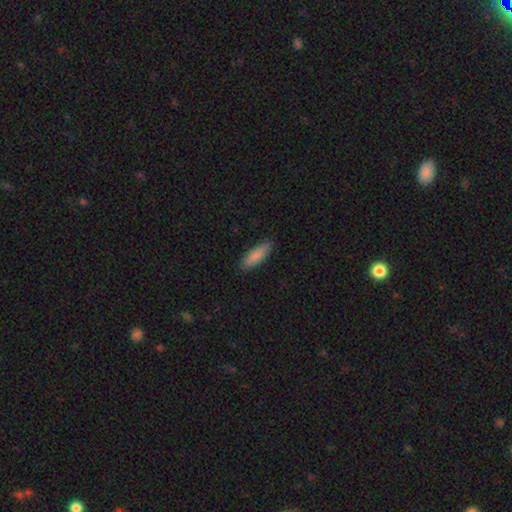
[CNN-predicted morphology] Smooth or featured?
  - smooth: 87% *
  - featured or disk: 7%
  - star or artifact: 6%
How rounded?
  - in between: 52% *
  - cigar-shaped: 46%
  - round: 2%
Merging?
  - none: 88% *
  - minor disturbance: 9%
  - major disturbance: 2%
  - merger: 1%